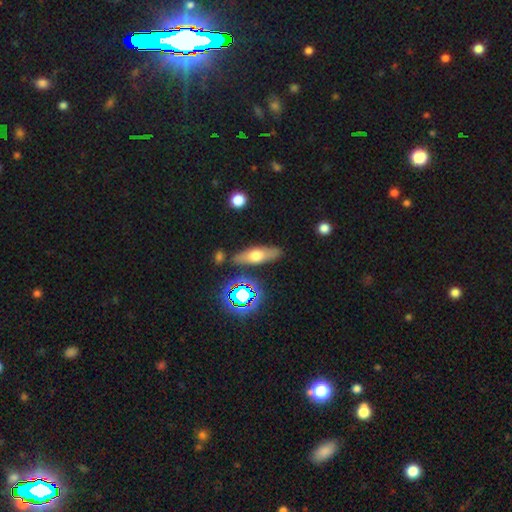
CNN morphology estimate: Smooth or featured? Predicted: smooth (p=0.52). How rounded? Predicted: cigar-shaped (p=0.47). Merging? Predicted: none (p=0.84).